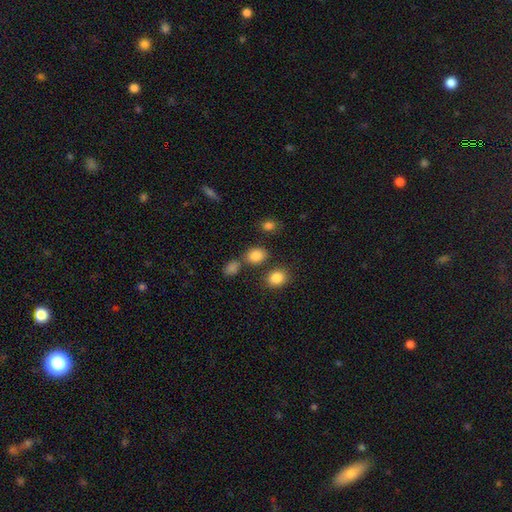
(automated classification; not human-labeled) The model was most divided on "how rounded": round: 52%, in between: 46%, cigar-shaped: 1%. More confident: smooth or featured — smooth (83%); merging — none (71%).